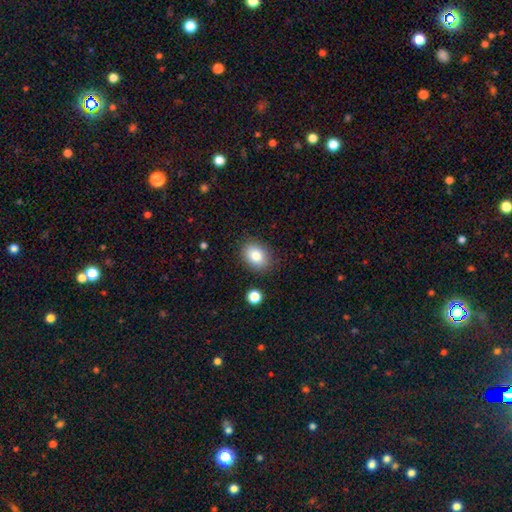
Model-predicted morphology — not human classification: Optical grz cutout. It shows a smooth galaxy with no disk features (84%) that is in between round and cigar-shaped (71%). Merging: none (84%).